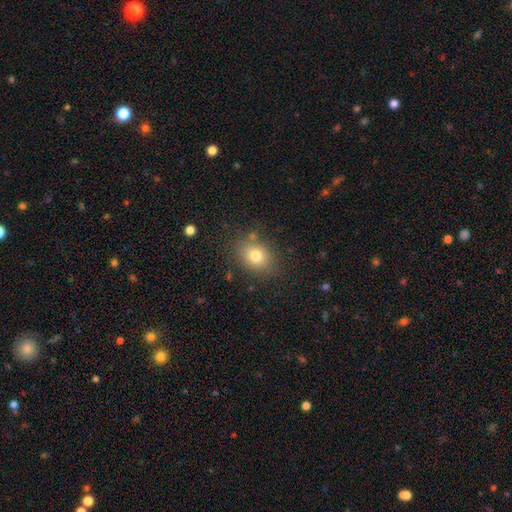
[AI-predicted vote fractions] Q: Smooth or featured?
A: smooth (78%); runner-up: star or artifact (12%)
Q: How rounded?
A: in between (55%); runner-up: round (44%)
Q: Merging?
A: none (82%); runner-up: minor disturbance (12%)